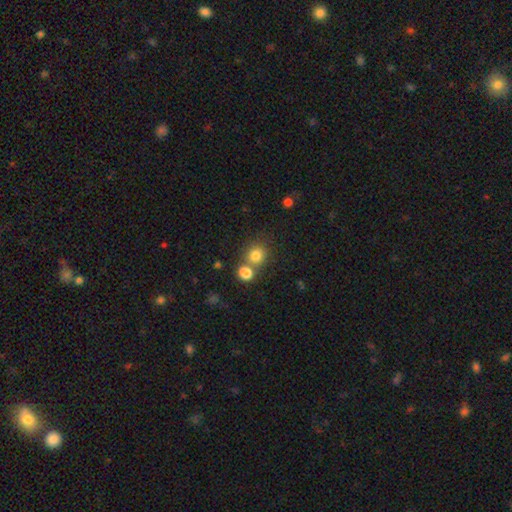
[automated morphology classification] This is clearly a smooth galaxy (80%). How rounded: clearly round (84%). Merging: possibly none (55%).